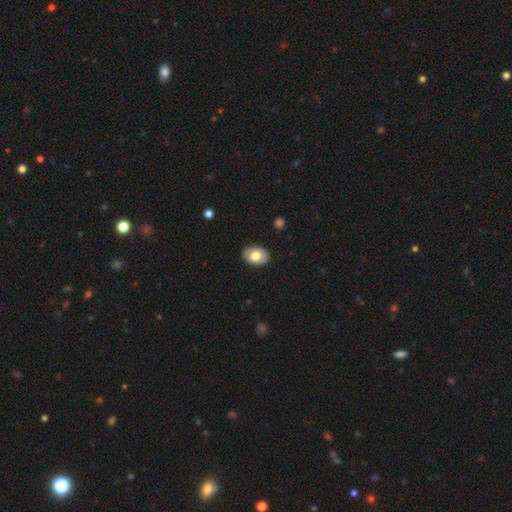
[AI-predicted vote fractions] Smooth or featured? Predicted: smooth (p=0.72). How rounded? Predicted: in between (p=0.85). Merging? Predicted: none (p=0.87).